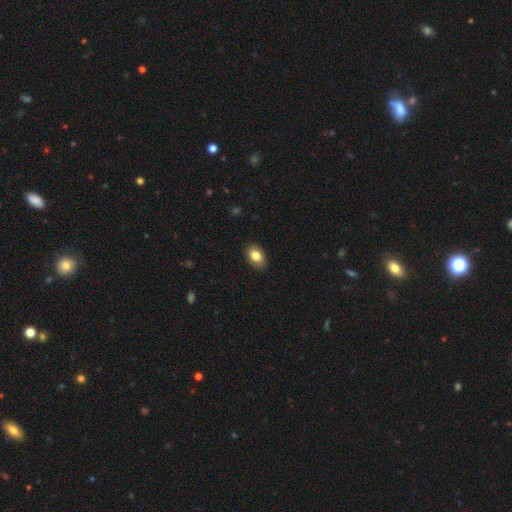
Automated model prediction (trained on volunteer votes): smooth_or_featured: smooth (p=0.82) [alt: featured or disk p=0.10]
how_rounded: in between (p=0.82) [alt: round p=0.17]
merging: none (p=0.86) [alt: minor disturbance p=0.11]